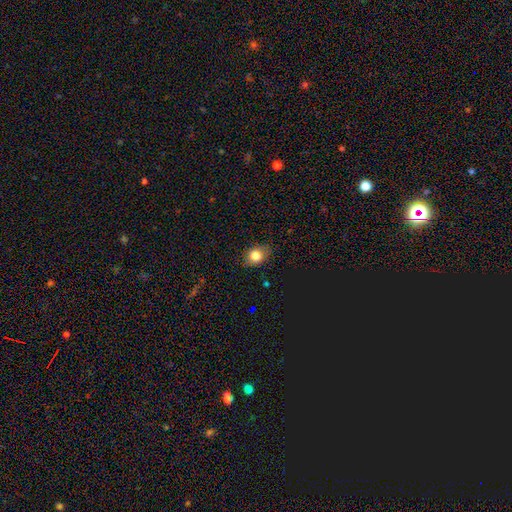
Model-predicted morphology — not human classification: Smooth or featured? smooth (80%)
How rounded? in between (49%, tied with round)
Merging? none (78%)